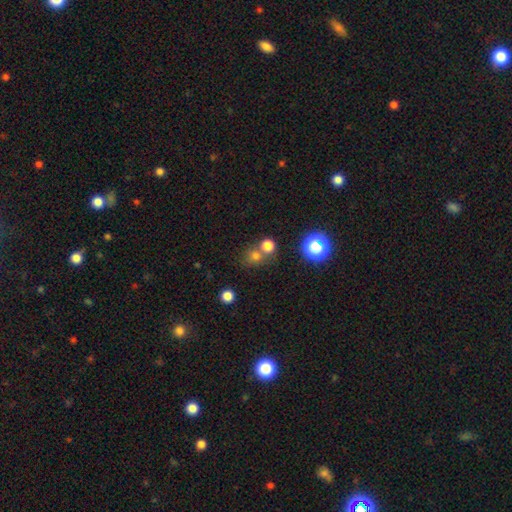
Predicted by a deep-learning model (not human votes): This is likely a smooth galaxy (71%). How rounded: clearly round (84%). Merging: possibly none (58%).